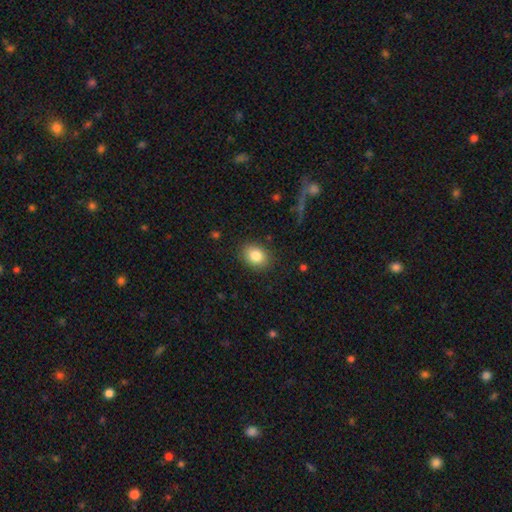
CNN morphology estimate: smooth 84%, star or artifact 9%, featured or disk 7%. Down the decision tree: how rounded — in between (56%); merging — none (87%).